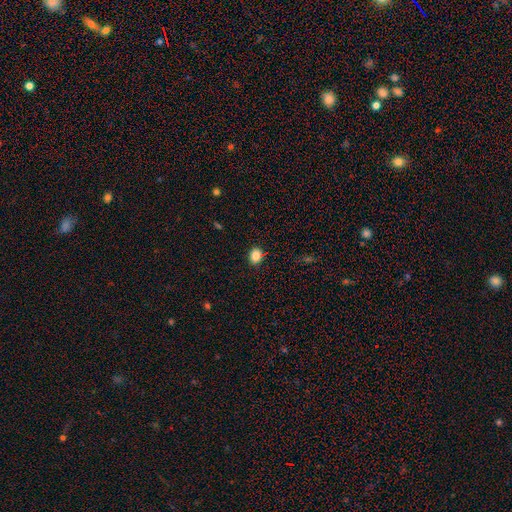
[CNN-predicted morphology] smooth_or_featured: smooth (p=0.84) [alt: star or artifact p=0.11]
how_rounded: in between (p=0.55) [alt: round p=0.44]
merging: none (p=0.84) [alt: minor disturbance p=0.11]